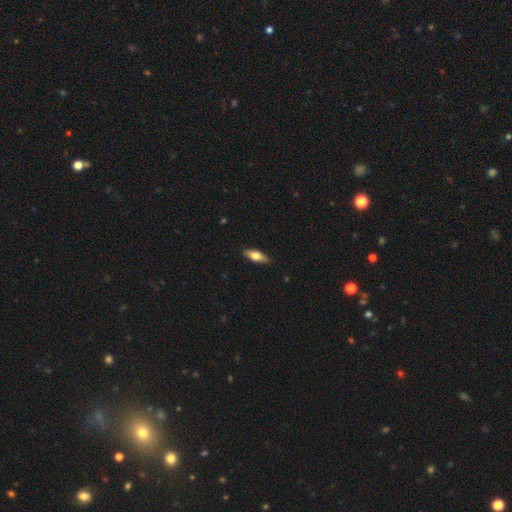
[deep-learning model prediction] A smooth galaxy with no disk features (68%) that is in between round and cigar-shaped (68%).

Vote fractions:
- Smooth or featured? smooth: 68% / featured or disk: 27% / star or artifact: 6%
- How rounded? in between: 68% / cigar-shaped: 30% / round: 3%
- Merging? none: 88% / minor disturbance: 9% / major disturbance: 2% / merger: 1%